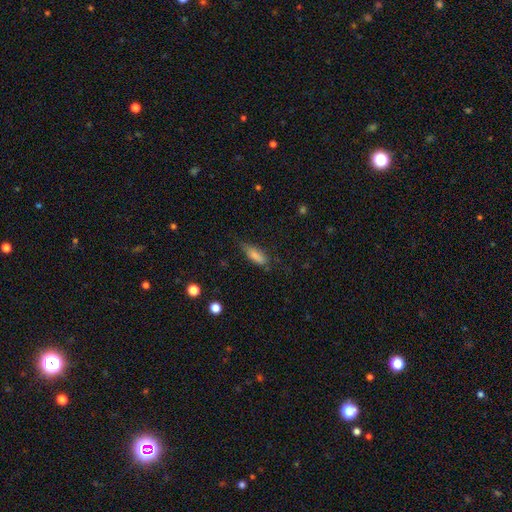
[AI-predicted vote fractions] Morphology: type=smooth (78%); roundness=in between (62%); merging=none (62%).